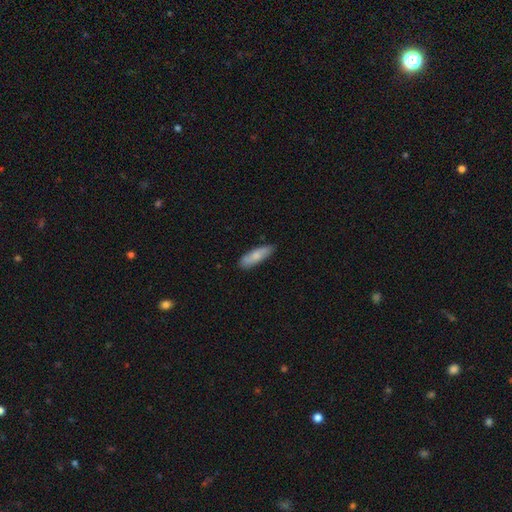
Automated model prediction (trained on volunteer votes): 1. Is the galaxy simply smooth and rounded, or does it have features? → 76% smooth, 19% featured or disk, 5% star or artifact.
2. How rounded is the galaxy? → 51% cigar-shaped, 47% in between, 2% round.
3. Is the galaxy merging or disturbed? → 84% none, 13% minor disturbance, 2% major disturbance, 1% merger.